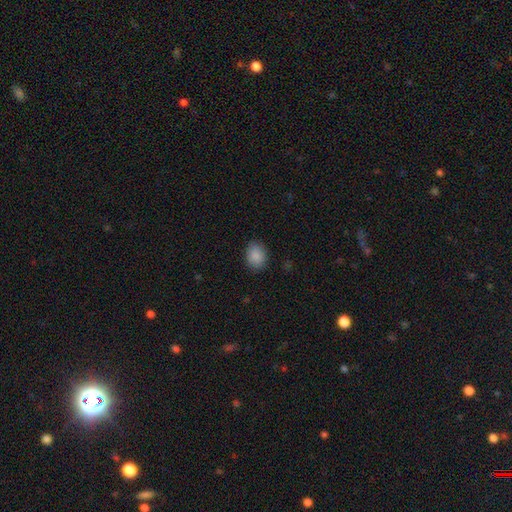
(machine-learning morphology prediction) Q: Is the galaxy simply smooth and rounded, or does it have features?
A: smooth — 88%.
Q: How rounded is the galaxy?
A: in between — 59%.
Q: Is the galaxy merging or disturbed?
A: none — 85%.